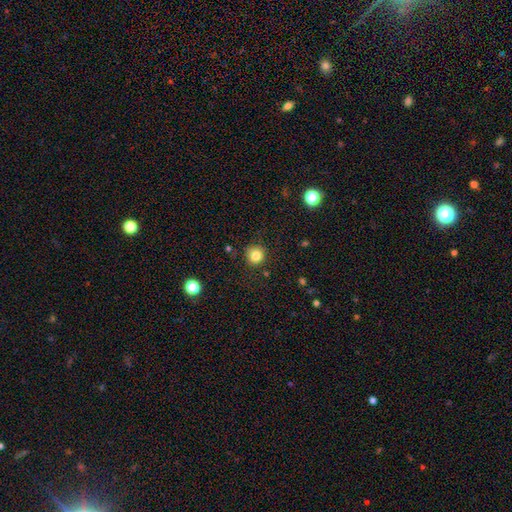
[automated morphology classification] smooth-or-featured: smooth: 83% | star or artifact: 12% | featured or disk: 5%
  how-rounded: round: 93% | in between: 6% | cigar-shaped: 1%
  merging: none: 86% | minor disturbance: 10% | major disturbance: 3% | merger: 2%